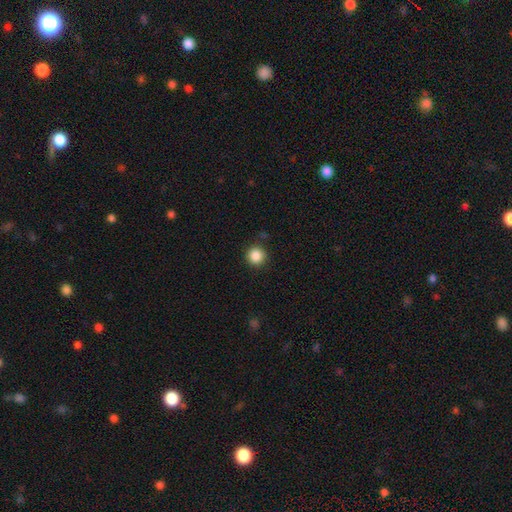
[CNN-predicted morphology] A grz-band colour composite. It shows a smooth galaxy with no disk features (87%) that is round (95%). Merging: none (90%).